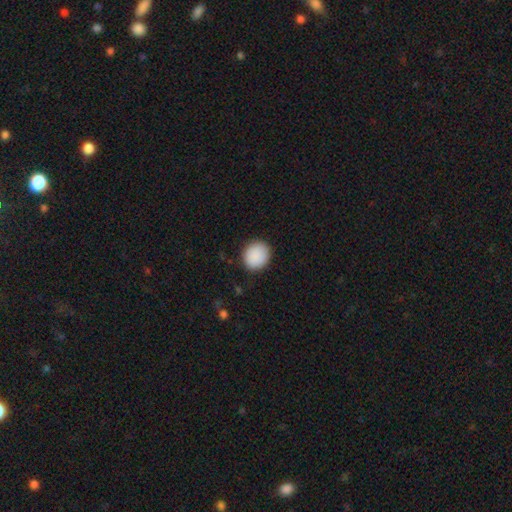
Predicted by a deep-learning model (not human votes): Smooth or featured? smooth (89%)
How rounded? round (78%)
Merging? none (88%)